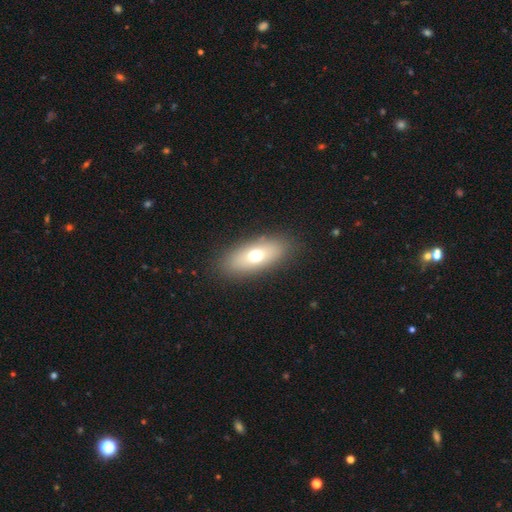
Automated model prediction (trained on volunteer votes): smooth 67%, featured or disk 23%, star or artifact 10%. Down the decision tree: how rounded — in between (80%); merging — none (86%).